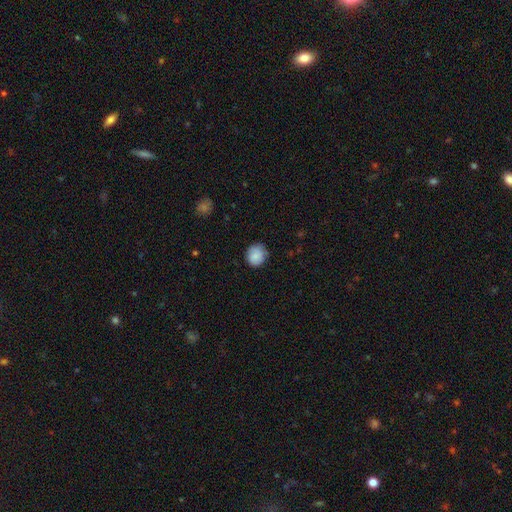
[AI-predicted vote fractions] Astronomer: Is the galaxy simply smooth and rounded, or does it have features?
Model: smooth — 85%.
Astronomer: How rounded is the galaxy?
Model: round — 82%.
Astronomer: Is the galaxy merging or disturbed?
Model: none — 76%.